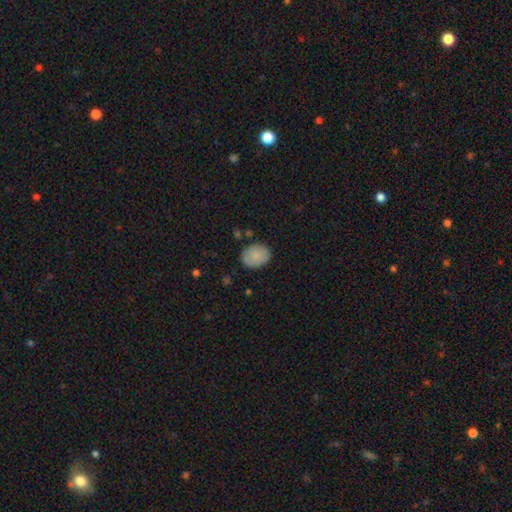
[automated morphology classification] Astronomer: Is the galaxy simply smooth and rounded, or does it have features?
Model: smooth — 85%.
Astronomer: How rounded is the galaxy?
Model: in between — 59% (runner-up: round, 40%).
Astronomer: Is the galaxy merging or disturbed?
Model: none — 83%.